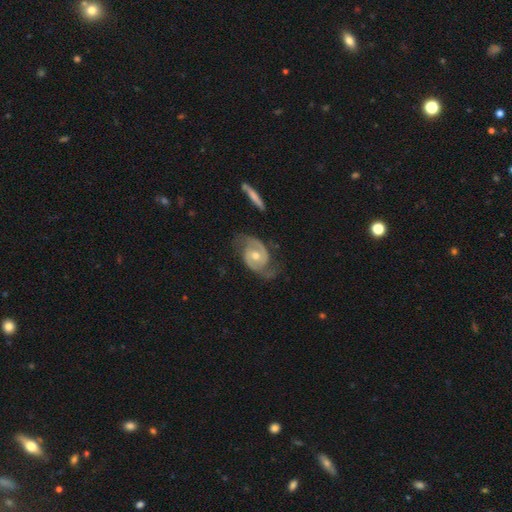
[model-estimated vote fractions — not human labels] A featured or disk galaxy (88%) with no bar (58%), 2 (91%) medium (51%) spiral arms (96%) and a moderate central bulge (66%). Merging: none (67%).